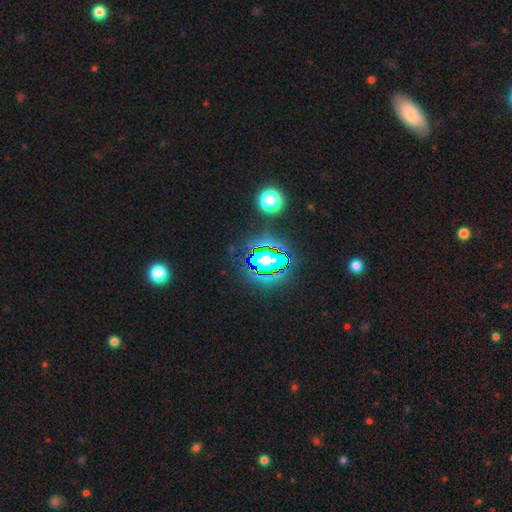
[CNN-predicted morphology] smooth_or_featured: star or artifact (p=0.78) [alt: smooth p=0.13]